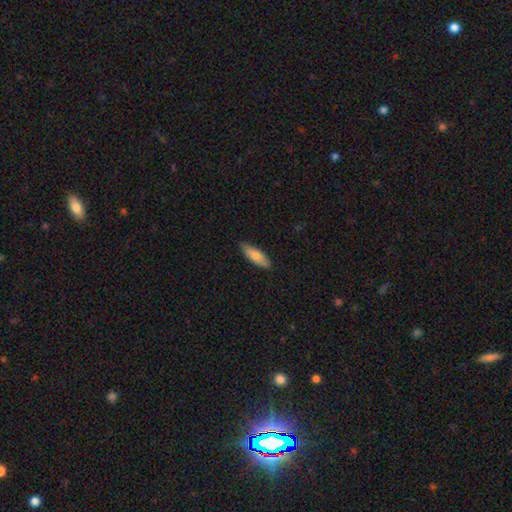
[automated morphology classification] smooth-or-featured: smooth: 78% | featured or disk: 16% | star or artifact: 6%
  how-rounded: in between: 54% | cigar-shaped: 44% | round: 2%
  merging: none: 87% | minor disturbance: 10% | major disturbance: 2% | merger: 1%